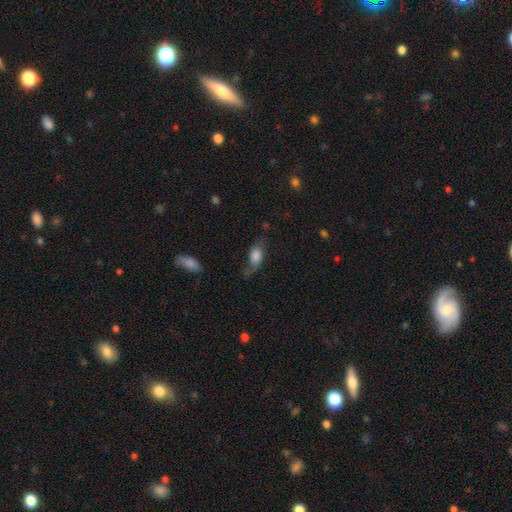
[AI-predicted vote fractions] smooth-or-featured: smooth: 61% | featured or disk: 30% | star or artifact: 9%
  how-rounded: in between: 79% | cigar-shaped: 11% | round: 9%
  merging: none: 49% | minor disturbance: 30% | major disturbance: 18% | merger: 3%